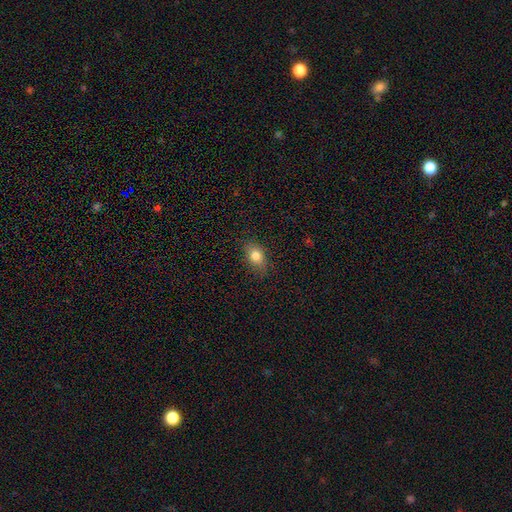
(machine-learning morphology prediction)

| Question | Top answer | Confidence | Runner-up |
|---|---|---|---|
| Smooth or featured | smooth | 81% | featured or disk (10%) |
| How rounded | in between | 79% | round (18%) |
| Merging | none | 81% | minor disturbance (15%) |